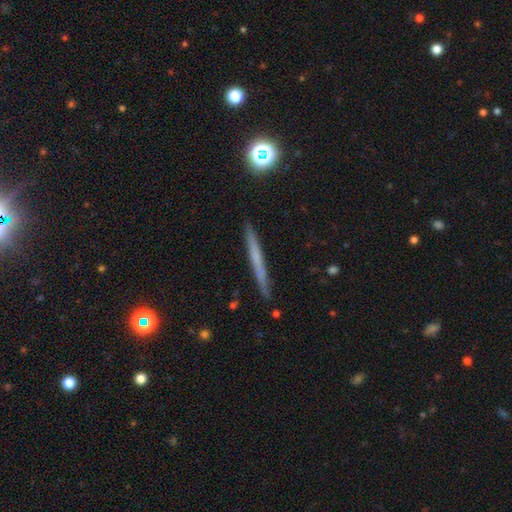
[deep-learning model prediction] featured or disk 47%, smooth 43%, star or artifact 10%. Down the decision tree: merging — none (90%).